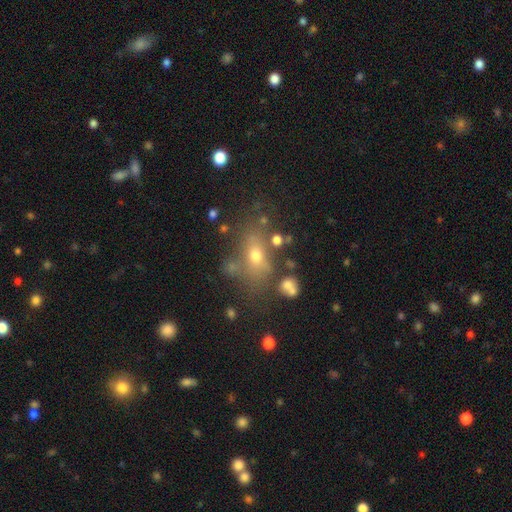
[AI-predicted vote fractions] smooth_or_featured: smooth (p=0.59) [alt: featured or disk p=0.23]
how_rounded: in between (p=0.70) [alt: round p=0.23]
merging: none (p=0.61) [alt: minor disturbance p=0.17]